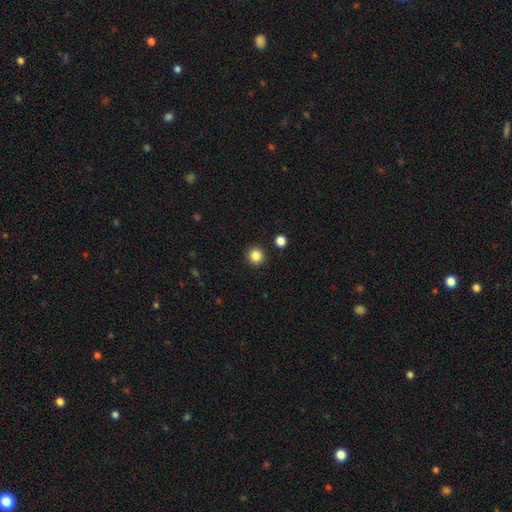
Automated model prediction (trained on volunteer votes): Smooth or featured: smooth — 85% (star or artifact — 11%)
How rounded: round — 95% (in between — 4%)
Merging: none — 91% (minor disturbance — 5%)